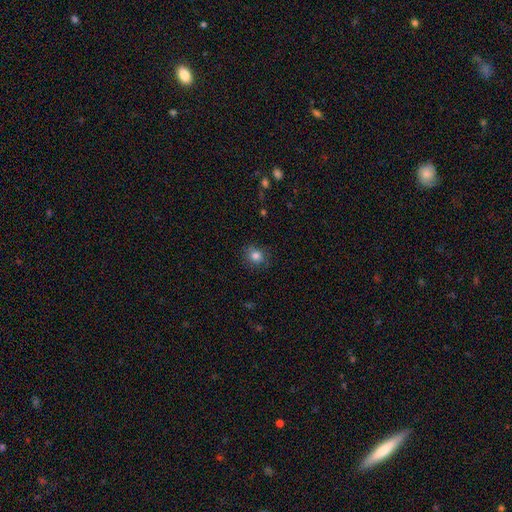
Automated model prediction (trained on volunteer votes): smooth-or-featured: smooth: 82% | star or artifact: 12% | featured or disk: 7%
  how-rounded: round: 80% | in between: 19% | cigar-shaped: 1%
  merging: none: 82% | minor disturbance: 13% | major disturbance: 3% | merger: 1%